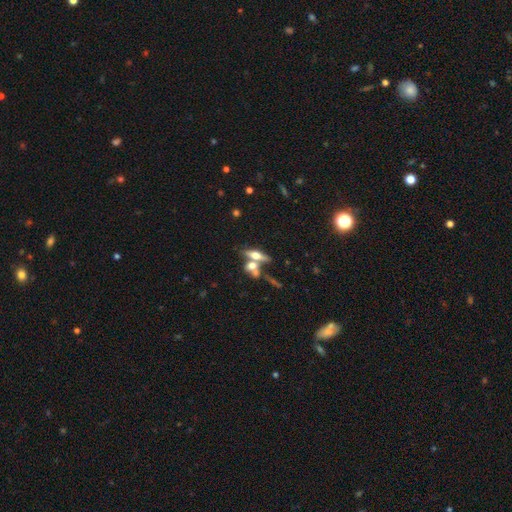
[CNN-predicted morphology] Overall: featured or disk (55%; smooth 36%). Edge-on disk: yes (85%). Merging: none (46%; merger 40%).